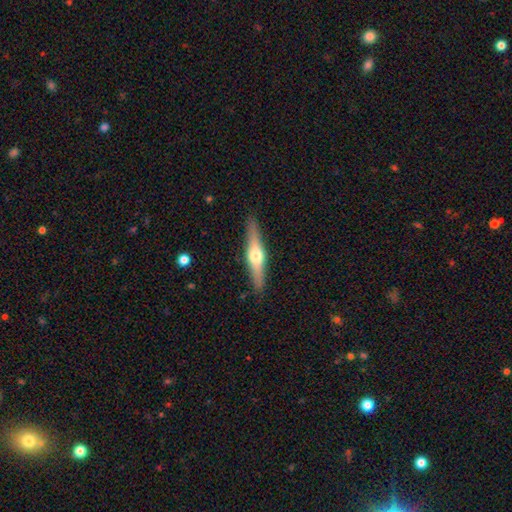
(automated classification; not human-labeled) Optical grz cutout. It shows a featured or disk galaxy (65%) viewed edge-on (96%) with a rounded central bulge (93%). Merging: none (90%).